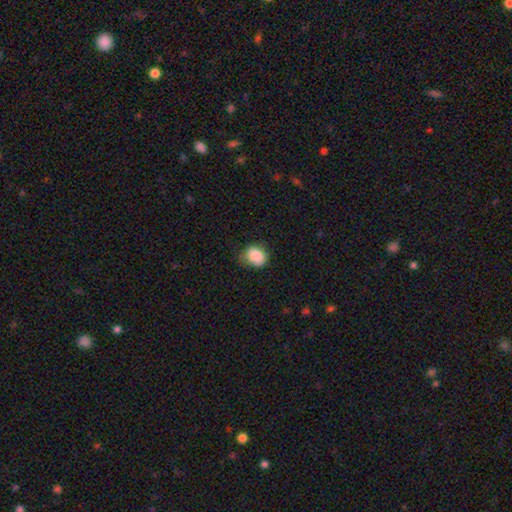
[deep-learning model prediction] Smooth or featured: smooth — 86% (star or artifact — 8%)
How rounded: round — 53% (in between — 46%)
Merging: none — 63% (minor disturbance — 29%)